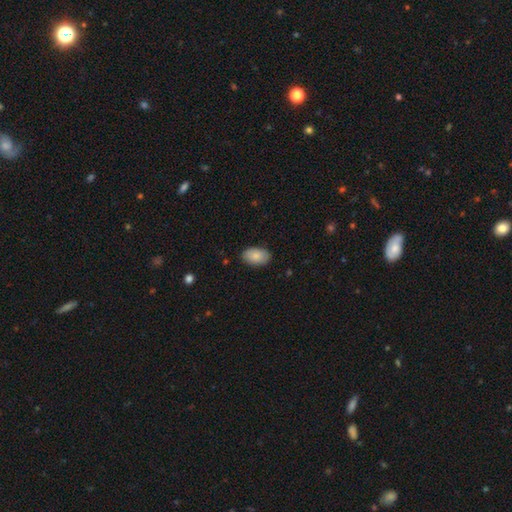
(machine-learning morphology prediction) smooth-or-featured: smooth: 85% | featured or disk: 9% | star or artifact: 6%
  how-rounded: in between: 92% | round: 7% | cigar-shaped: 1%
  merging: none: 85% | minor disturbance: 11% | major disturbance: 2% | merger: 1%